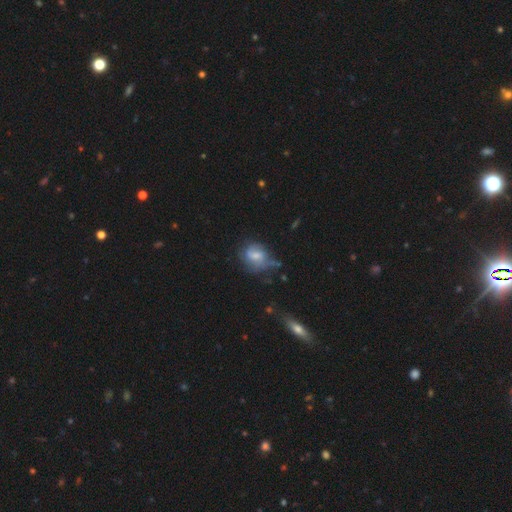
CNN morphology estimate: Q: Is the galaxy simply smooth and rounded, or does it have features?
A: featured or disk — 48%.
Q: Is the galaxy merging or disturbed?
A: none — 44%.